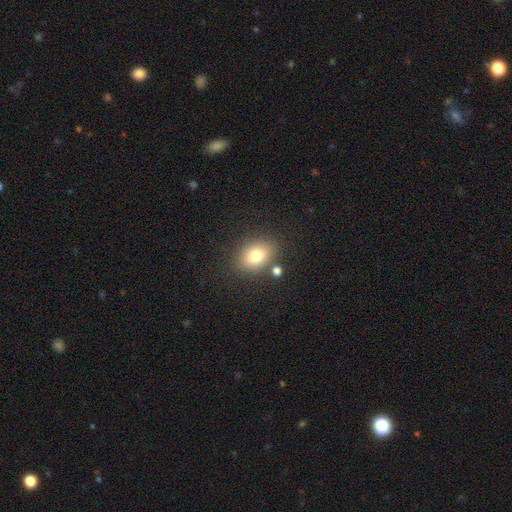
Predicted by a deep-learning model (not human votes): Smooth or featured? smooth (77%)
How rounded? in between (68%)
Merging? none (79%)